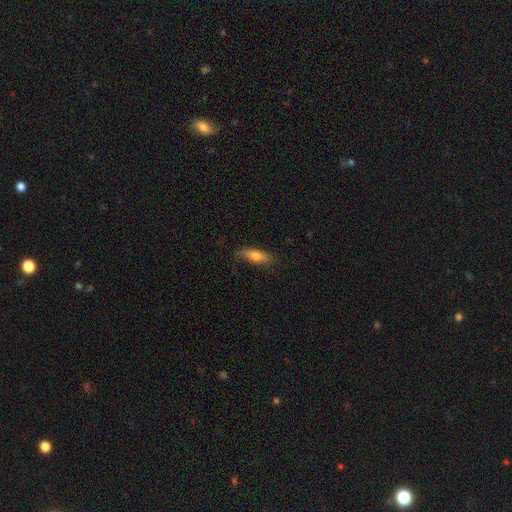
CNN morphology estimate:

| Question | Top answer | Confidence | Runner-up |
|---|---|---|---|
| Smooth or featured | smooth | 73% | featured or disk (21%) |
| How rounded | in between | 56% | cigar-shaped (42%) |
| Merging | none | 71% | minor disturbance (22%) |